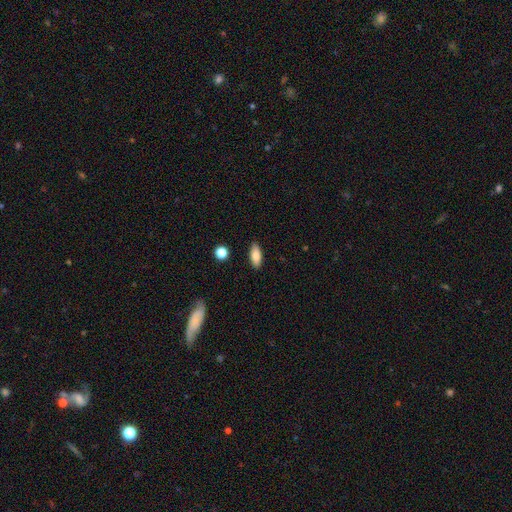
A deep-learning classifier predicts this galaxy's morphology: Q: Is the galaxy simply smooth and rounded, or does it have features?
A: smooth — 81%.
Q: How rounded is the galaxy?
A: in between — 81%.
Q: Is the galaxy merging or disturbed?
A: none — 89%.